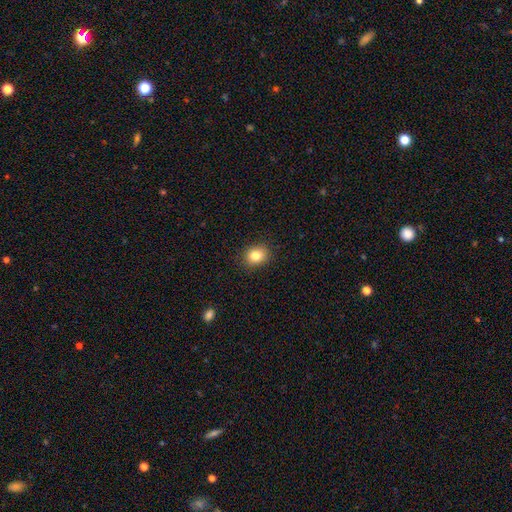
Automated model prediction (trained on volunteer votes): Smooth or featured?
  - smooth: 83% *
  - star or artifact: 10%
  - featured or disk: 7%
How rounded?
  - round: 62% *
  - in between: 38%
  - cigar-shaped: 1%
Merging?
  - none: 88% *
  - minor disturbance: 8%
  - major disturbance: 2%
  - merger: 1%